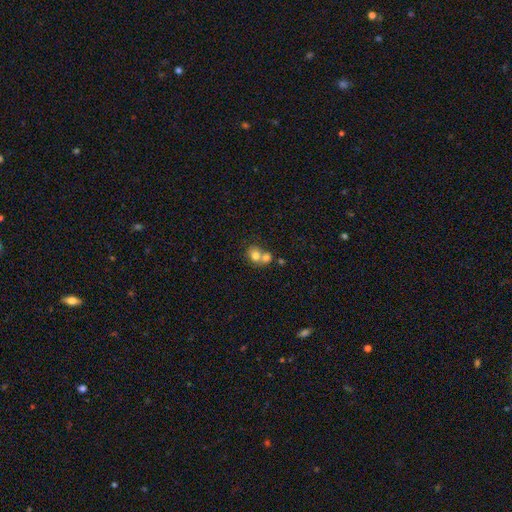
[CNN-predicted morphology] smooth 75%, featured or disk 15%, star or artifact 10%. Down the decision tree: how rounded — round (70%); merging — merger (62%).